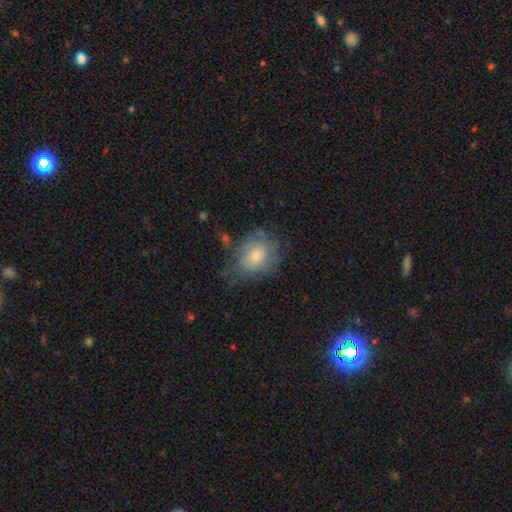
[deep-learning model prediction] Morphology: type=smooth (60%); roundness=in between (55%); merging=none (53%).